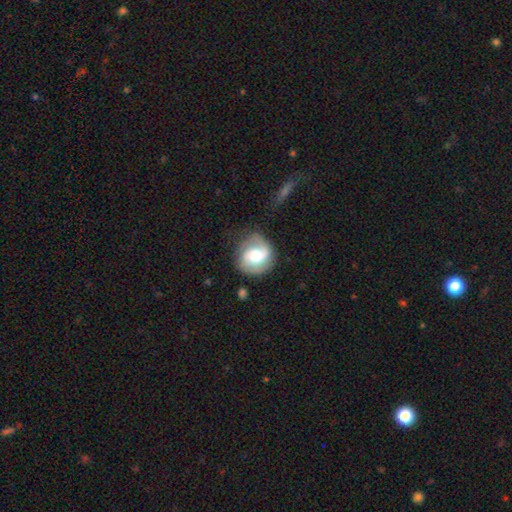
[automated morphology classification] featured or disk 67%, smooth 26%, star or artifact 6%. Down the decision tree: edge-on disk — no (98%); bar — no (51%); spiral arms — yes (91%); spiral arm count — 2 (81%); spiral winding — medium (45%); bulge size — moderate (58%); merging — none (71%).